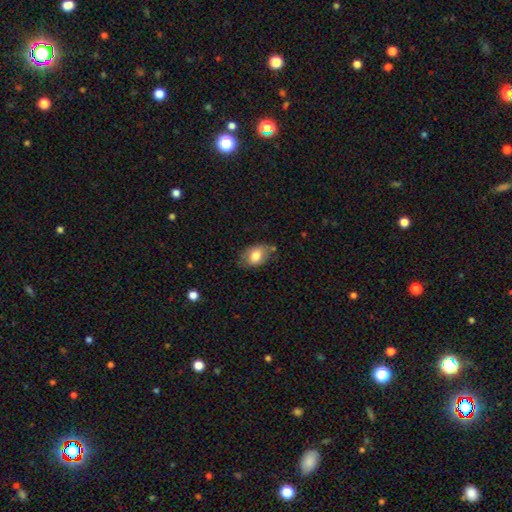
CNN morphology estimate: smooth_or_featured: smooth (p=0.76) [alt: featured or disk p=0.17]
how_rounded: in between (p=0.86) [alt: round p=0.13]
merging: none (p=0.67) [alt: minor disturbance p=0.24]